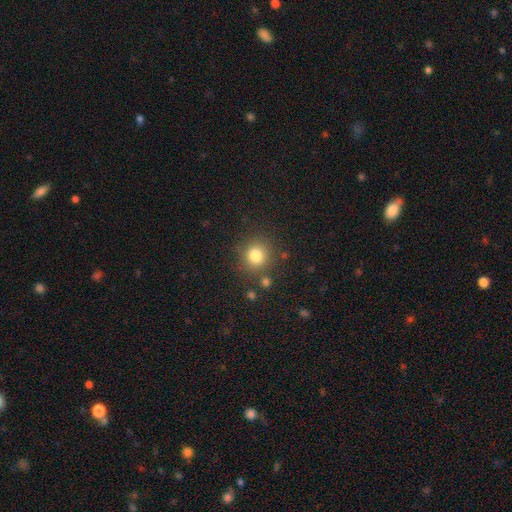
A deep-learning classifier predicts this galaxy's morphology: A smooth galaxy with no disk features (80%) that is round (88%). Merging: none (83%).